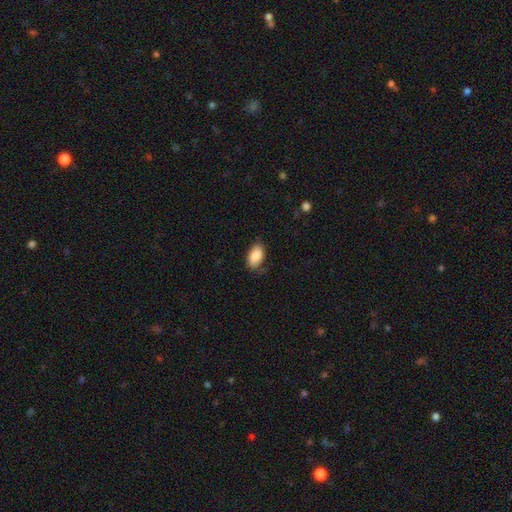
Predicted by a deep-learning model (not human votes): This appears to be a smooth galaxy with no disk features (85%) that is in between round and cigar-shaped (93%). Merging: none (73%).